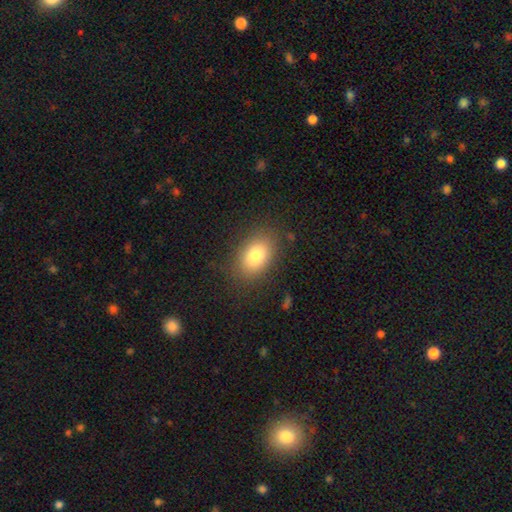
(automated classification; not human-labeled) The model was most divided on "how rounded": in between: 81%, round: 18%, cigar-shaped: 1%. More confident: merging — none (84%); smooth or featured — smooth (81%).